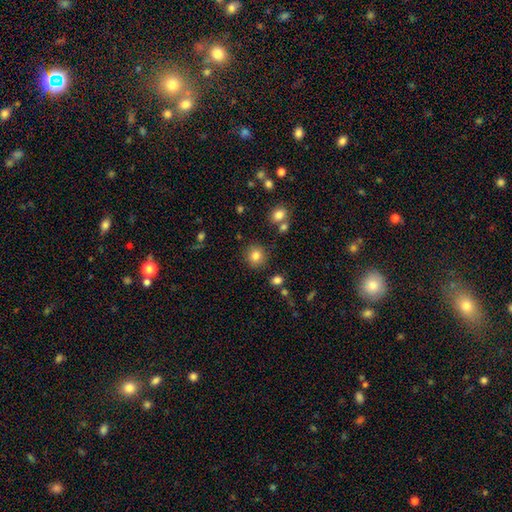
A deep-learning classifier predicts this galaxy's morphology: Smooth or featured?
  - smooth: 82% *
  - star or artifact: 11%
  - featured or disk: 7%
How rounded?
  - round: 89% *
  - in between: 10%
  - cigar-shaped: 1%
Merging?
  - none: 86% *
  - minor disturbance: 8%
  - merger: 4%
  - major disturbance: 3%